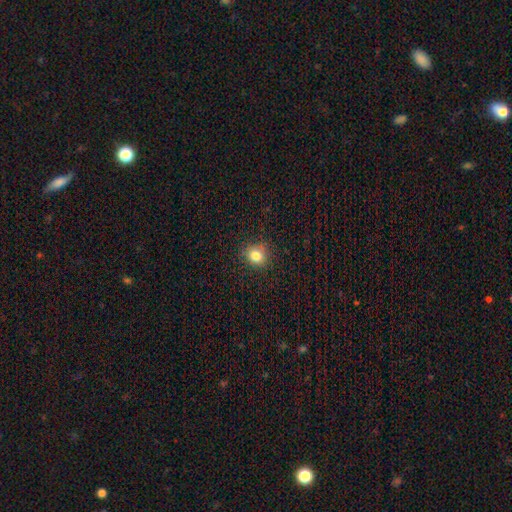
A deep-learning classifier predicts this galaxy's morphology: type=smooth (82%); roundness=round (71%); merging=none (86%).